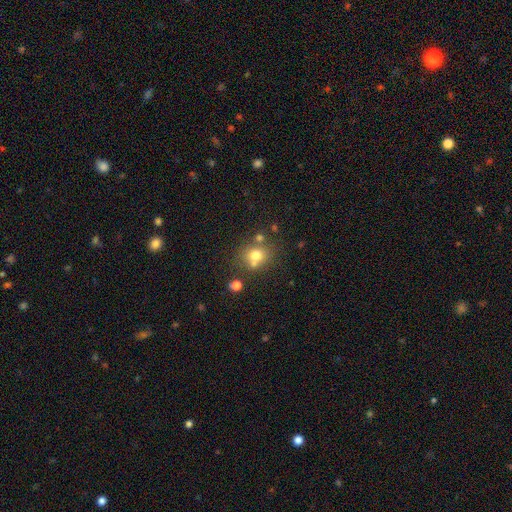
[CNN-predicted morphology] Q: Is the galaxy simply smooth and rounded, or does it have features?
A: smooth — 71%.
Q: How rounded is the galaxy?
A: round — 70%.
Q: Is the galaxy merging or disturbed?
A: none — 59%.